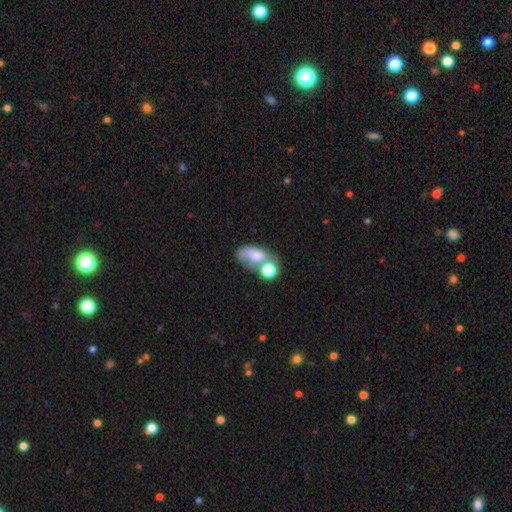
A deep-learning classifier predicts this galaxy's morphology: Smooth or featured? smooth (60%)
How rounded? in between (80%)
Merging? merger (41%)